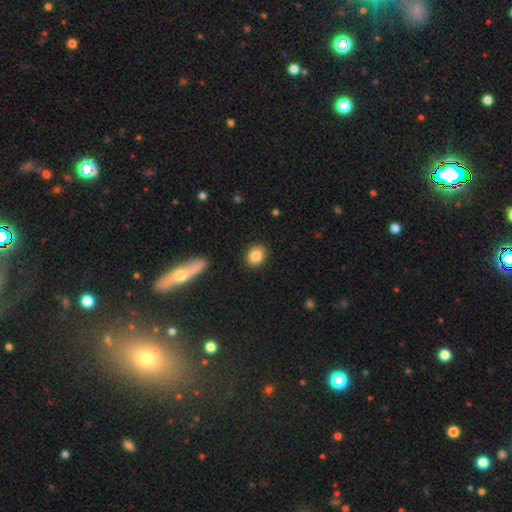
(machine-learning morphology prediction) Overall: smooth (85%). How rounded: round (60%; in between 39%). Merging: none (90%).